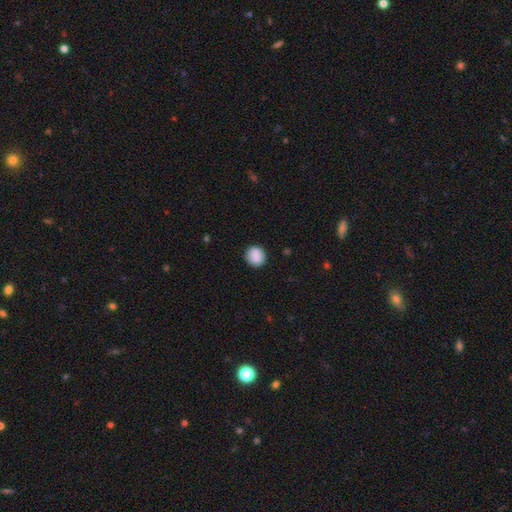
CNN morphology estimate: The model was most divided on "how rounded": round: 85%, in between: 14%, cigar-shaped: 1%. More confident: merging — none (88%); smooth or featured — smooth (88%).